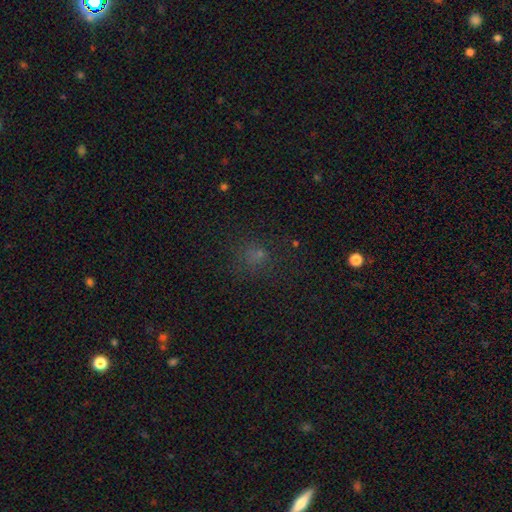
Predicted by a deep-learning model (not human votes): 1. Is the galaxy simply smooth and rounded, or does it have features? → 56% smooth, 34% star or artifact, 10% featured or disk.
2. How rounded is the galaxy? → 80% round, 18% in between, 1% cigar-shaped.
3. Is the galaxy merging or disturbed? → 73% none, 15% minor disturbance, 9% major disturbance, 3% merger.